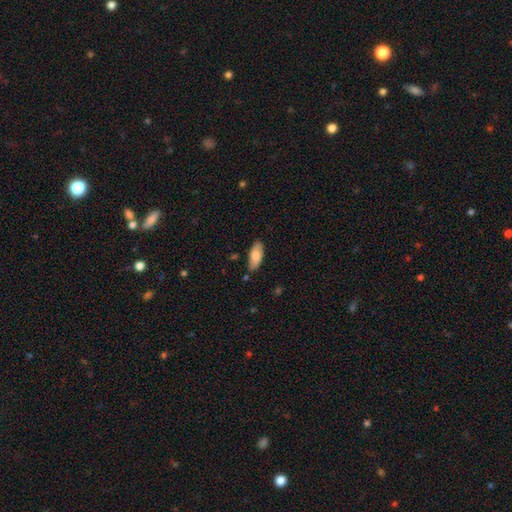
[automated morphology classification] smooth-or-featured: smooth: 76% | featured or disk: 18% | star or artifact: 6%
  how-rounded: in between: 85% | cigar-shaped: 13% | round: 2%
  merging: none: 79% | minor disturbance: 16% | major disturbance: 3% | merger: 2%